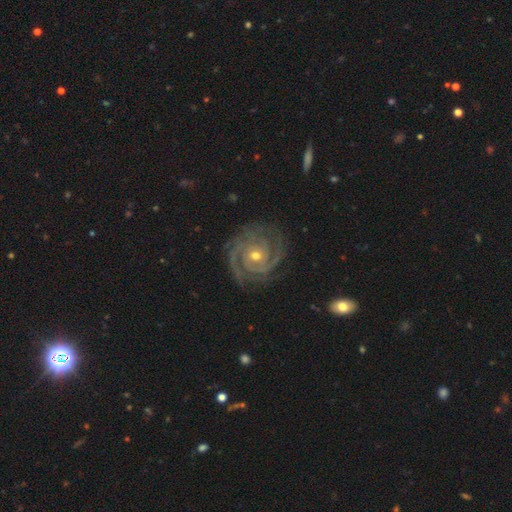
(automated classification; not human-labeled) Overall: featured or disk (92%). Edge-on disk: no (98%). Bar: no (71%). Spiral arms: yes (98%). Spiral arm count: 3 (33%; 2 32%). Spiral winding: tight (78%). Bulge size: moderate (52%; small 45%). Merging: none (79%).